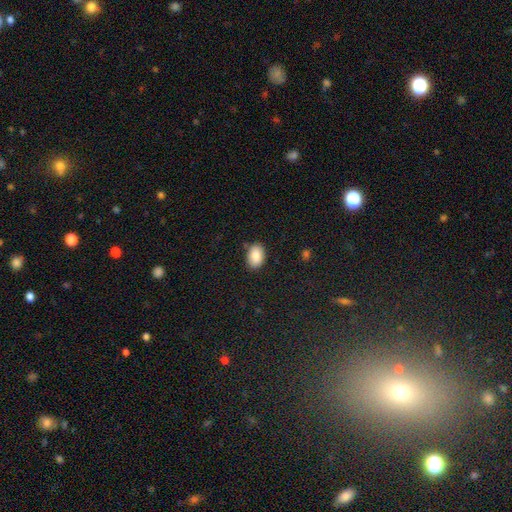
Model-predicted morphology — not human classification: The model was most divided on "merging": none: 83%, minor disturbance: 12%, major disturbance: 2%, merger: 2%. More confident: how rounded — in between (87%); smooth or featured — smooth (86%).